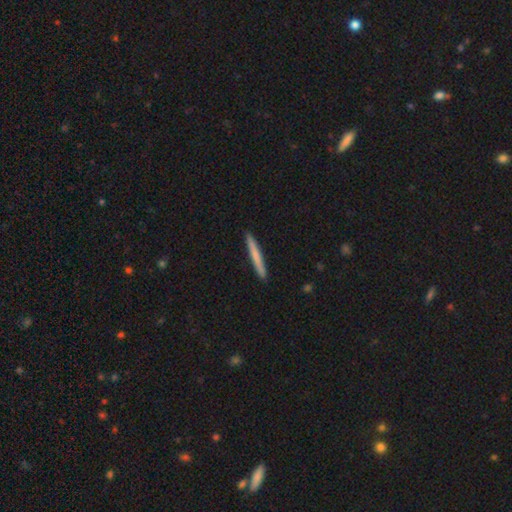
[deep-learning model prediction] Smooth or featured: smooth — 68% (featured or disk — 26%)
How rounded: cigar-shaped — 97% (in between — 2%)
Merging: none — 92% (minor disturbance — 5%)